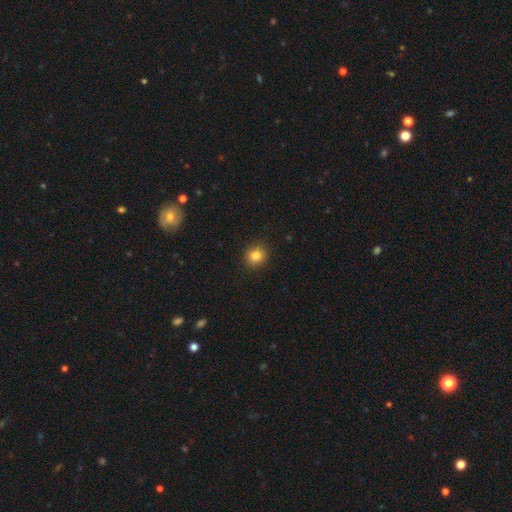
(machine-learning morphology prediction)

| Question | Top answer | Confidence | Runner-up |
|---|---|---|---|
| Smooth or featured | smooth | 84% | star or artifact (11%) |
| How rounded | round | 87% | in between (12%) |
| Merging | none | 91% | minor disturbance (6%) |